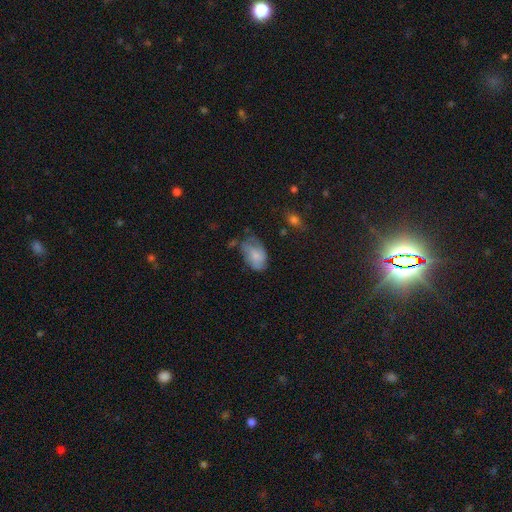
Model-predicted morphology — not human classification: smooth_or_featured: smooth (p=0.63) [alt: featured or disk p=0.29]
how_rounded: in between (p=0.89) [alt: round p=0.09]
merging: minor disturbance (p=0.37) [alt: none p=0.34]